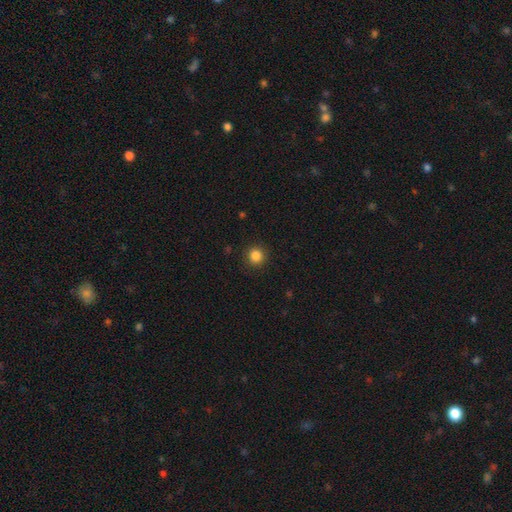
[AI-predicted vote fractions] The model was most divided on "smooth or featured": smooth: 85%, star or artifact: 11%, featured or disk: 4%. More confident: how rounded — round (93%); merging — none (91%).